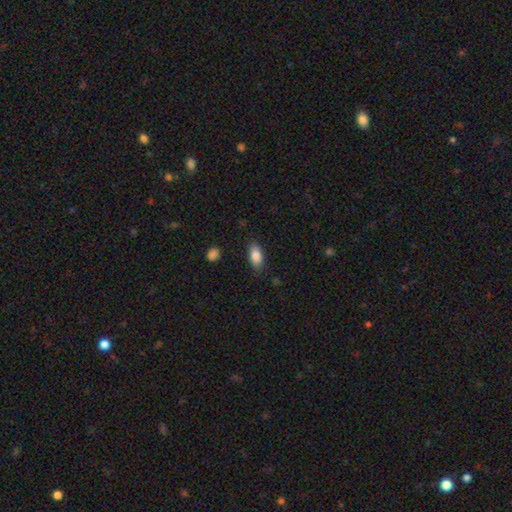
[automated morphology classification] This appears to be a smooth galaxy with no disk features (86%) that is in between round and cigar-shaped (89%). Merging: none (85%).